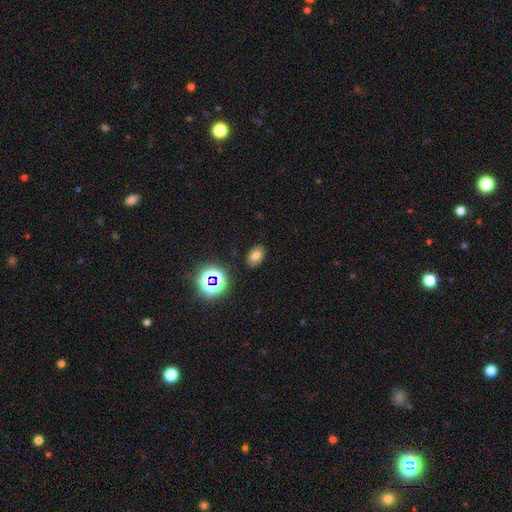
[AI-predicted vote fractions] Smooth or featured? smooth (69%)
How rounded? in between (81%)
Merging? none (86%)